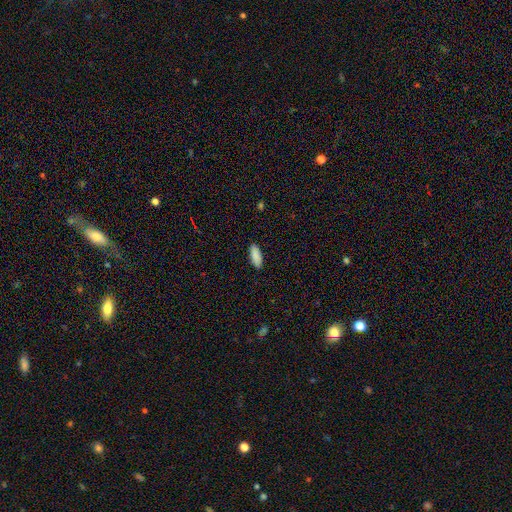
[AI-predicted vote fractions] Smooth or featured? smooth (90%)
How rounded? in between (68%)
Merging? none (90%)